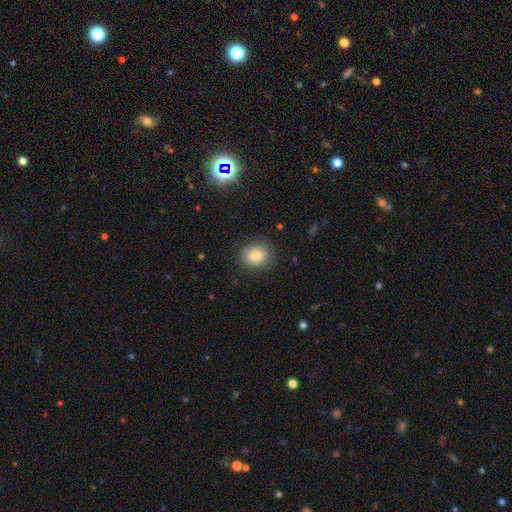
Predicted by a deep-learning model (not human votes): Q: Smooth or featured?
A: smooth (85%); runner-up: star or artifact (9%)
Q: How rounded?
A: round (61%); runner-up: in between (38%)
Q: Merging?
A: none (82%); runner-up: minor disturbance (13%)